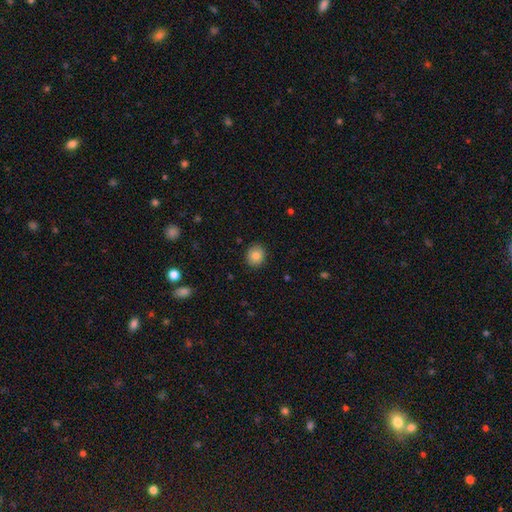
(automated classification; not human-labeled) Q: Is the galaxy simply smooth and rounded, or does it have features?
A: smooth — 83%.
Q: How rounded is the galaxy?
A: round — 78%.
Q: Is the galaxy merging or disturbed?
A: none — 89%.